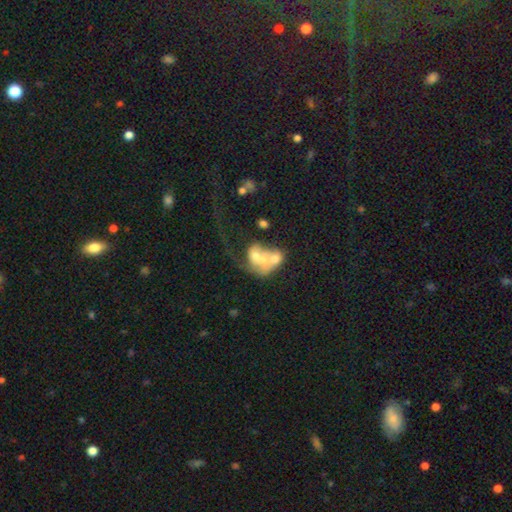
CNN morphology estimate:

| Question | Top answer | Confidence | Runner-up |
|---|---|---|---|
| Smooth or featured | featured or disk | 47% | smooth (43%) |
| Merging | merger | 60% | major disturbance (23%) |